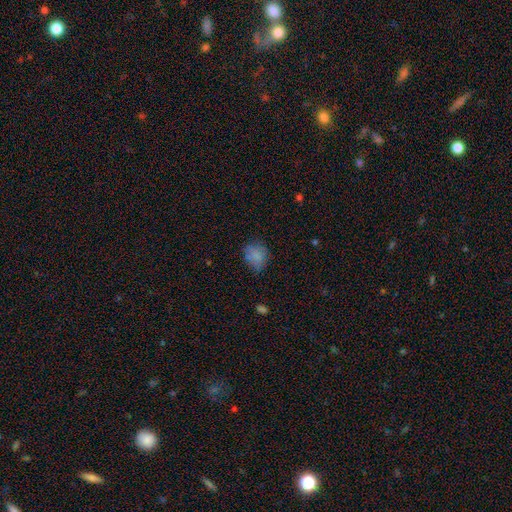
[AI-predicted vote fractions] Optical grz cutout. It shows a smooth galaxy with no disk features (76%) that is round (57%). Merging: none (65%).